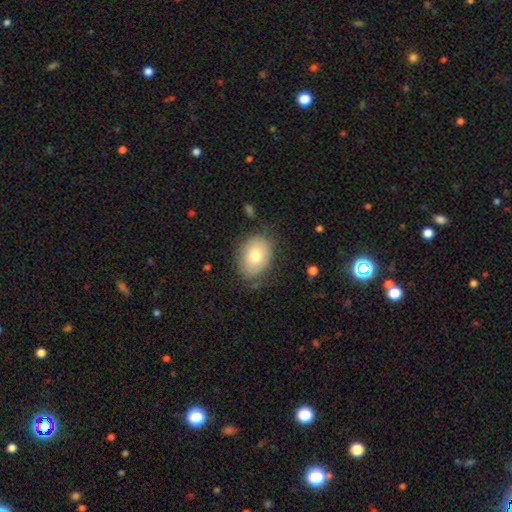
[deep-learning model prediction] Smooth or featured: smooth — 75% (featured or disk — 17%)
How rounded: in between — 68% (round — 31%)
Merging: none — 75% (minor disturbance — 18%)